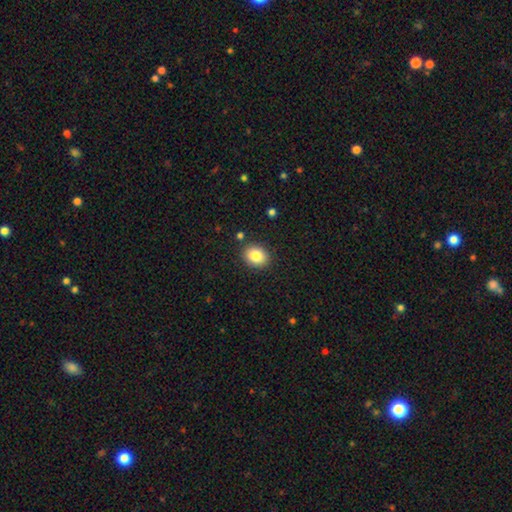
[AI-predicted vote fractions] A smooth galaxy with no disk features (84%) that is round (52%). Merging: none (88%).